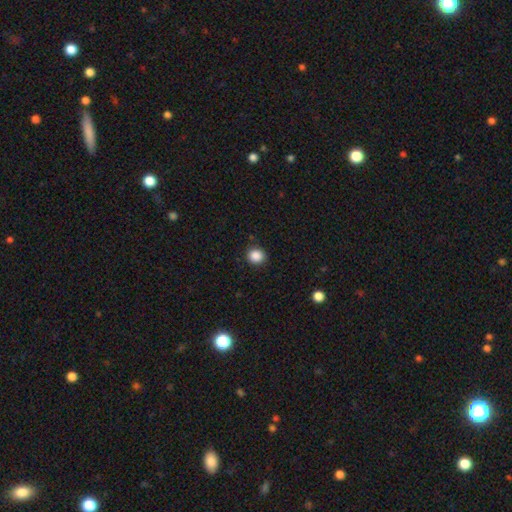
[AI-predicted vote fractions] Smooth or featured? Predicted: smooth (p=0.88). How rounded? Predicted: round (p=0.84). Merging? Predicted: none (p=0.89).